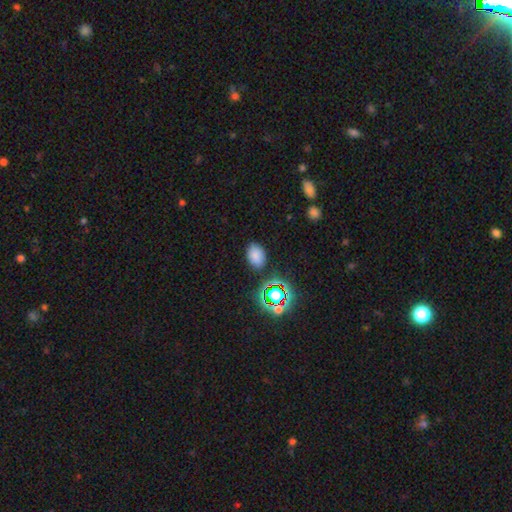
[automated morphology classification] Q: Smooth or featured?
A: smooth (75%); runner-up: star or artifact (19%)
Q: How rounded?
A: in between (82%); runner-up: round (17%)
Q: Merging?
A: none (82%); runner-up: minor disturbance (12%)